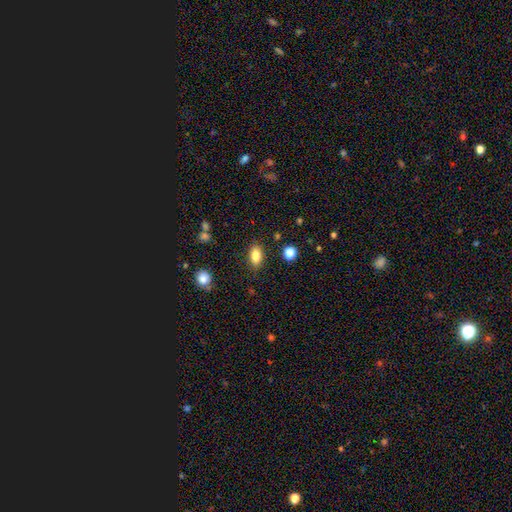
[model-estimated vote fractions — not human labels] This is clearly a smooth galaxy (83%). How rounded: clearly in between (86%). Merging: clearly none (85%).